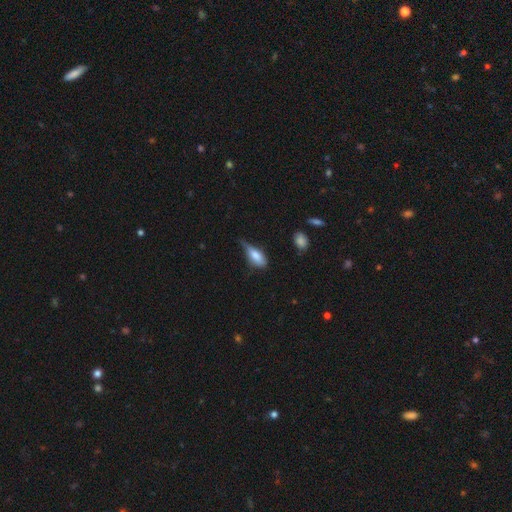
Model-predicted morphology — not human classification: A smooth galaxy with no disk features (74%) that is in between round and cigar-shaped (77%).

Vote fractions:
- Smooth or featured? smooth: 74% / featured or disk: 19% / star or artifact: 8%
- How rounded? in between: 77% / cigar-shaped: 20% / round: 4%
- Merging? minor disturbance: 46% / none: 30% / major disturbance: 21% / merger: 3%